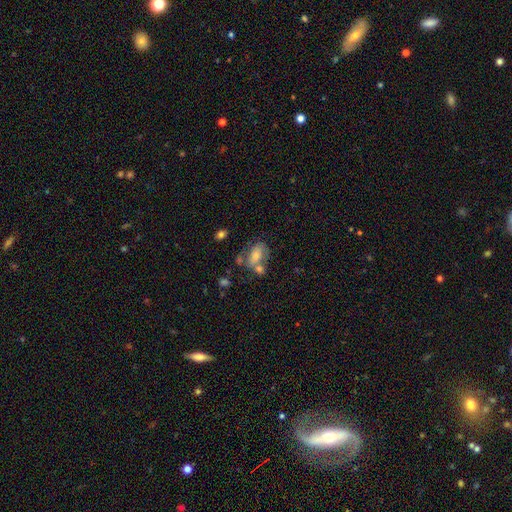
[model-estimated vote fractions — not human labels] A smooth galaxy with no disk features (46%).

Vote fractions:
- Smooth or featured? smooth: 46% / featured or disk: 41% / star or artifact: 13%
- Merging? none: 40% / merger: 31% / minor disturbance: 18% / major disturbance: 11%